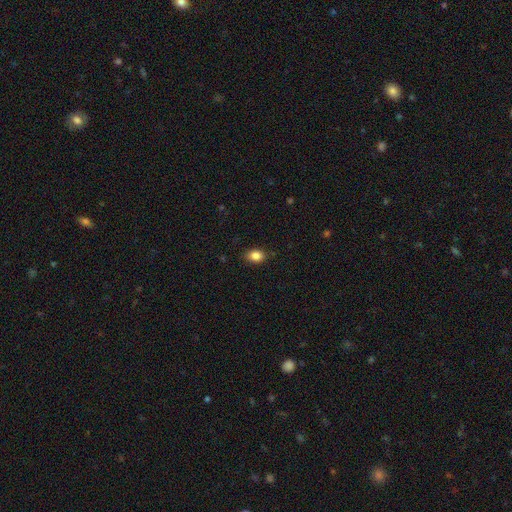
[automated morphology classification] smooth-or-featured: smooth: 85% | star or artifact: 10% | featured or disk: 5%
  how-rounded: in between: 69% | round: 30% | cigar-shaped: 1%
  merging: none: 83% | minor disturbance: 13% | major disturbance: 3% | merger: 1%